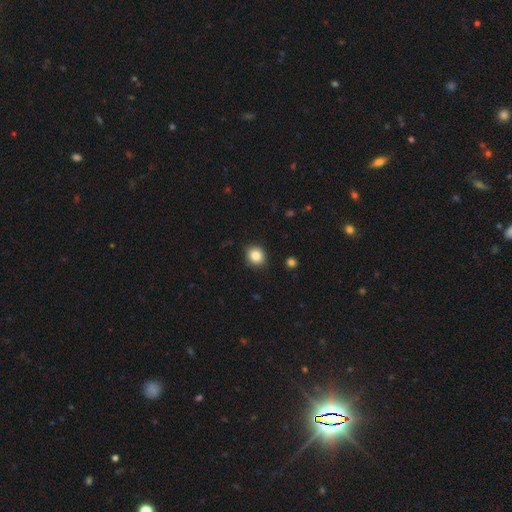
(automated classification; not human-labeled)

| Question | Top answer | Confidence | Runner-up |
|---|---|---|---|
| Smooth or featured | smooth | 85% | star or artifact (10%) |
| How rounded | round | 84% | in between (15%) |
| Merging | none | 90% | minor disturbance (7%) |